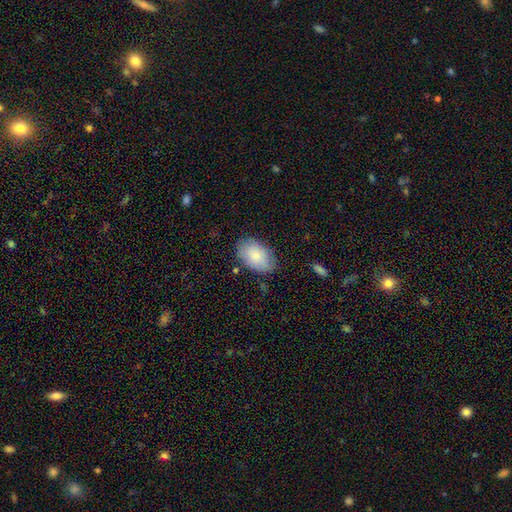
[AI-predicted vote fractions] This appears to be a smooth galaxy with no disk features (82%) that is in between round and cigar-shaped (92%). Merging: none (78%).